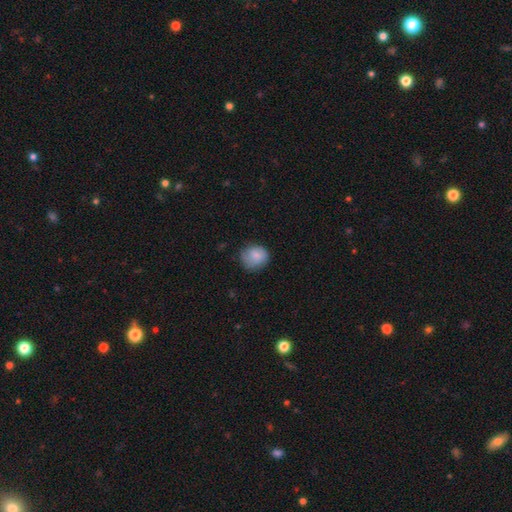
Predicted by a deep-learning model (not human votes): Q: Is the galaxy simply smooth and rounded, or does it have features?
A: smooth — 83%.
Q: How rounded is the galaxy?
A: round — 76%.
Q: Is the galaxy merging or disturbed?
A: none — 68%.